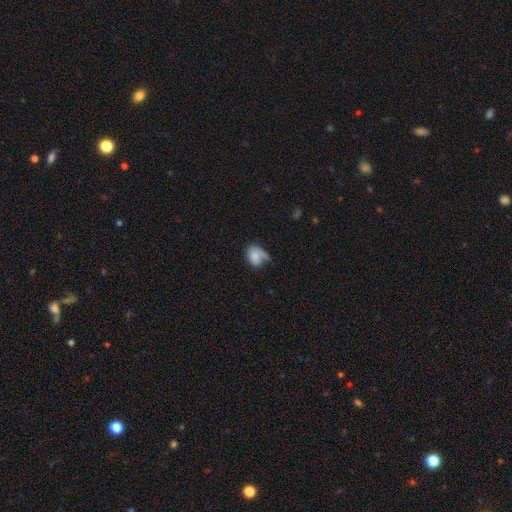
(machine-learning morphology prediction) Overall: smooth (70%). How rounded: in between (60%; round 39%). Merging: none (35%; minor disturbance 29%).